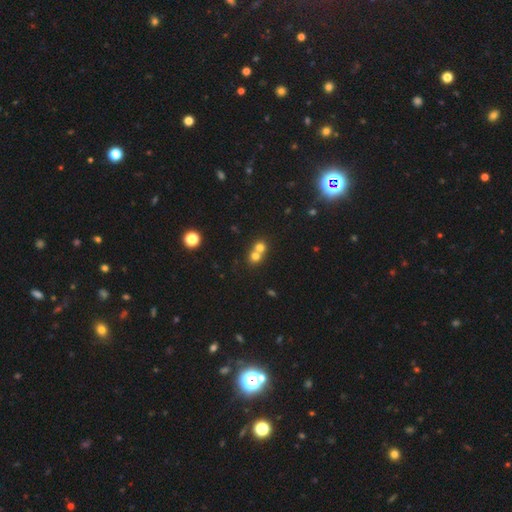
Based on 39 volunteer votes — Smooth or featured? smooth (90%)
How rounded? round (83%)
Merging? merger (73%)